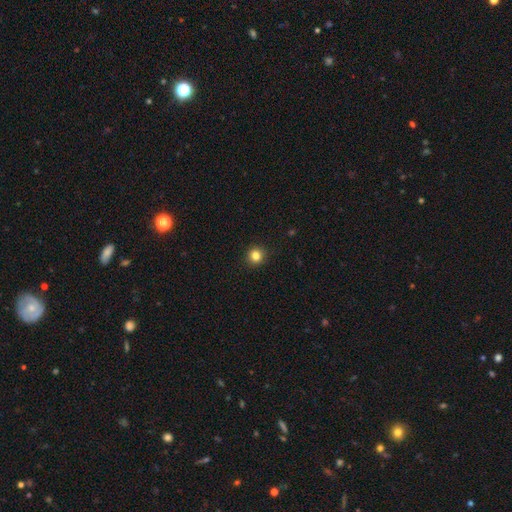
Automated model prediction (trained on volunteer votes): A smooth galaxy with no disk features (83%) that is round (93%). Merging: none (93%).